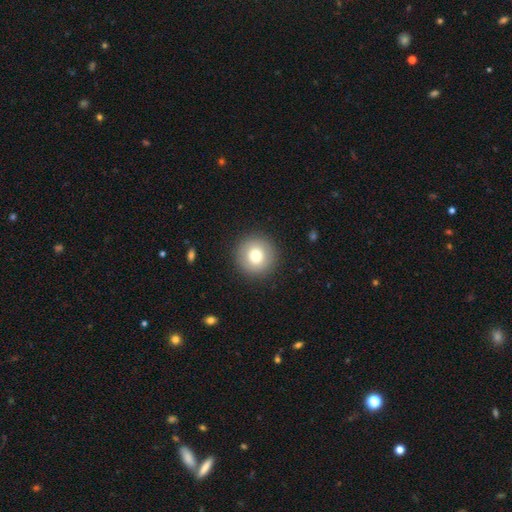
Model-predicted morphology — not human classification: type=smooth (77%); roundness=round (95%); merging=none (91%).